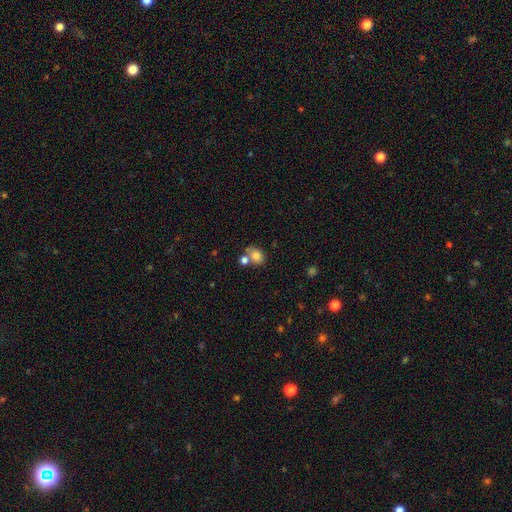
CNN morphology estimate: A smooth galaxy with no disk features (80%) that is round (51%). Merging: none (54%).